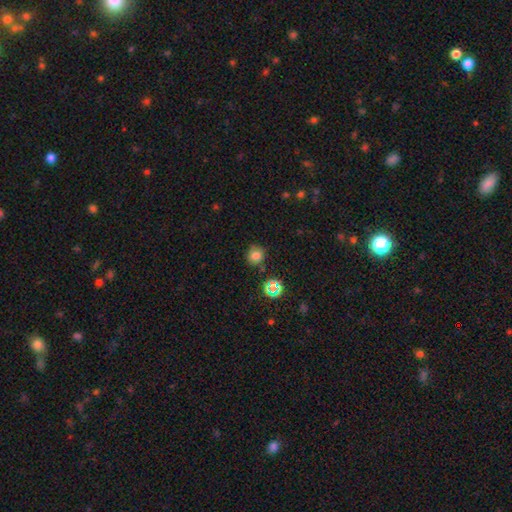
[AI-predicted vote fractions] A smooth galaxy with no disk features (74%) that is round (86%).

Vote fractions:
- Smooth or featured? smooth: 74% / star or artifact: 19% / featured or disk: 7%
- How rounded? round: 86% / in between: 13% / cigar-shaped: 1%
- Merging? none: 80% / minor disturbance: 13% / merger: 4% / major disturbance: 3%